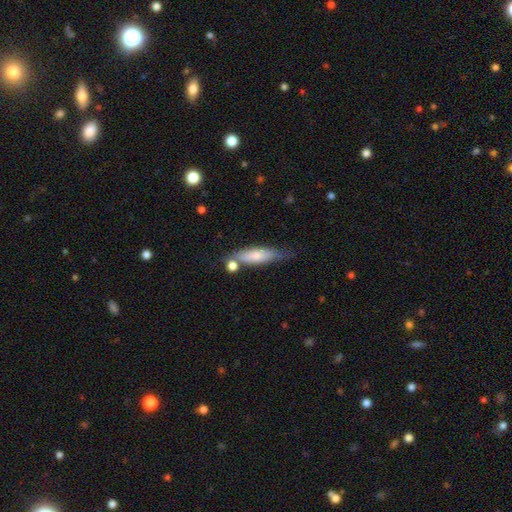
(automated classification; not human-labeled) Overall: smooth (67%; featured or disk 27%). How rounded: cigar-shaped (62%; in between 36%). Merging: none (53%; minor disturbance 24%).